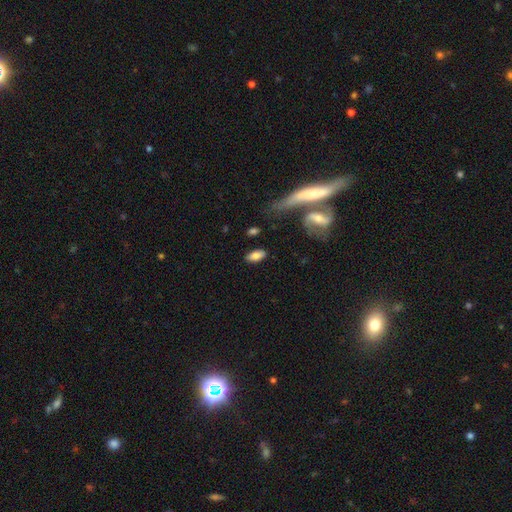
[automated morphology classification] Smooth or featured?
  - smooth: 76% *
  - featured or disk: 17%
  - star or artifact: 7%
How rounded?
  - in between: 89% *
  - cigar-shaped: 7%
  - round: 3%
Merging?
  - none: 82% *
  - minor disturbance: 11%
  - major disturbance: 4%
  - merger: 3%